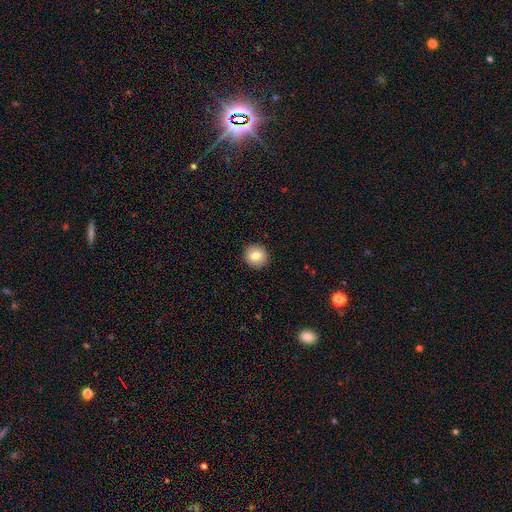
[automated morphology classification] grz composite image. It shows a smooth galaxy with no disk features (82%) that is round (91%). Merging: none (92%).